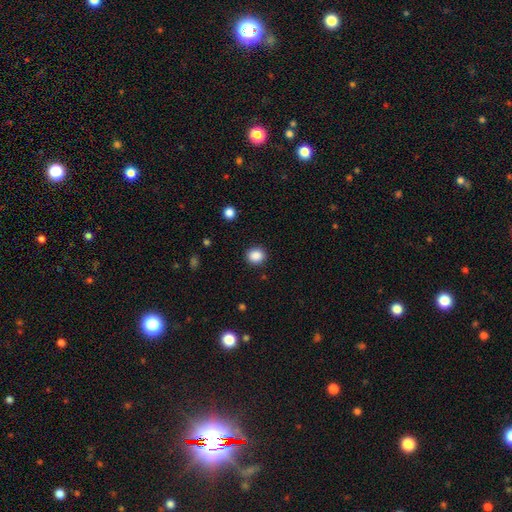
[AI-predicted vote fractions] A smooth galaxy with no disk features (87%) that is round (81%).

Vote fractions:
- Smooth or featured? smooth: 87% / star or artifact: 10% / featured or disk: 3%
- How rounded? round: 81% / in between: 18% / cigar-shaped: 1%
- Merging? none: 90% / minor disturbance: 6% / major disturbance: 2% / merger: 1%